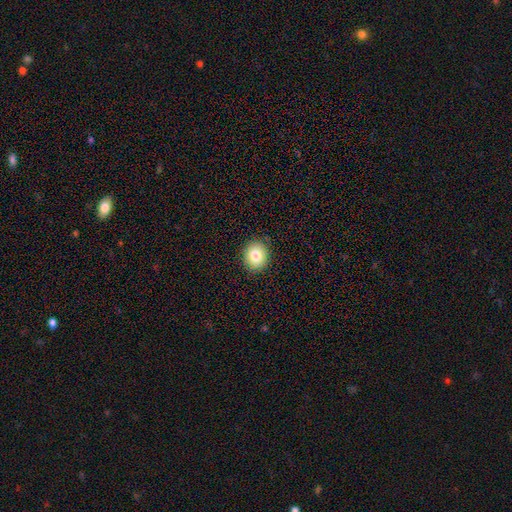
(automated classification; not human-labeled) Q: Smooth or featured?
A: smooth (82%); runner-up: star or artifact (9%)
Q: How rounded?
A: round (67%); runner-up: in between (32%)
Q: Merging?
A: none (90%); runner-up: minor disturbance (7%)